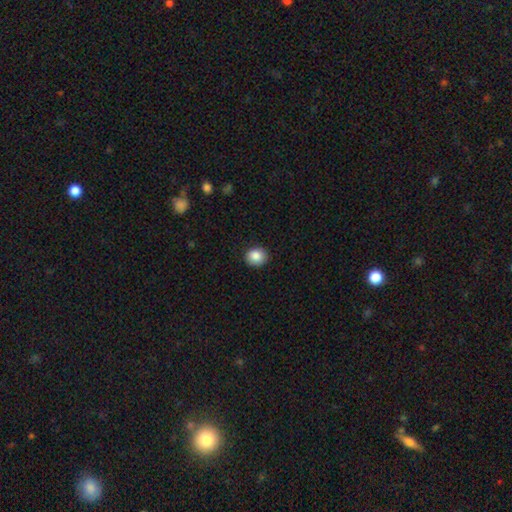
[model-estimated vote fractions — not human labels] Overall: smooth (87%). How rounded: round (70%). Merging: none (89%).